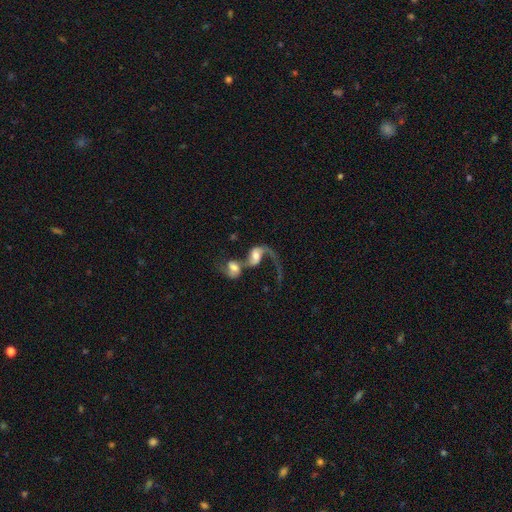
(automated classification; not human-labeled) featured or disk 67%, smooth 25%, star or artifact 9%. Down the decision tree: edge-on disk — no (96%); bar — no (55%); spiral arms — yes (82%); spiral arm count — 1 (59%); spiral winding — loose (84%); bulge size — moderate (46%); merging — merger (75%).